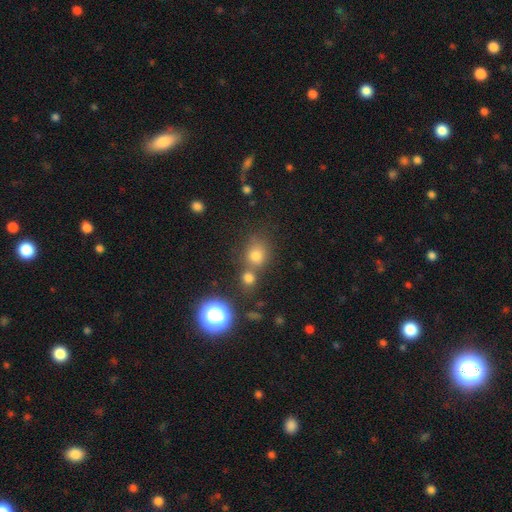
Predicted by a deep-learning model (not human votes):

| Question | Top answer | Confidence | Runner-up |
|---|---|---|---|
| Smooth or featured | smooth | 71% | star or artifact (20%) |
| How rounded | round | 74% | in between (24%) |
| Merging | none | 54% | merger (31%) |